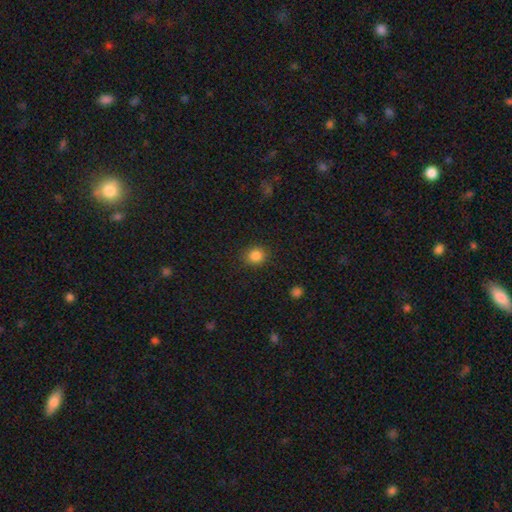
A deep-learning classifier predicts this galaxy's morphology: type=smooth (85%); roundness=round (82%); merging=none (87%).